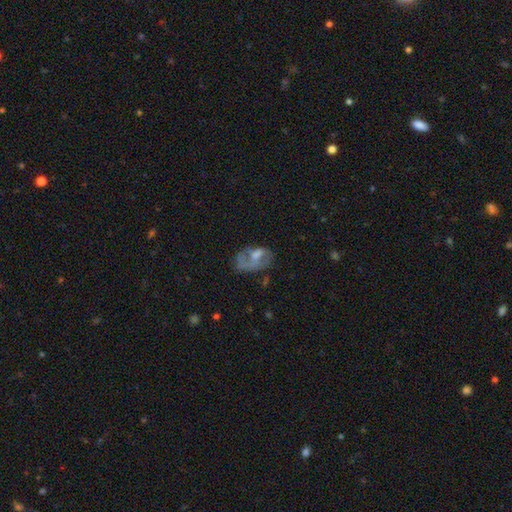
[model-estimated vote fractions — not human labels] Overall: featured or disk (55%; smooth 32%). Edge-on disk: no (96%). Bar: no (67%). Spiral arms: no (52%; yes 48%). Bulge size: moderate (43%; small 25%). Merging: none (42%; major disturbance 28%).